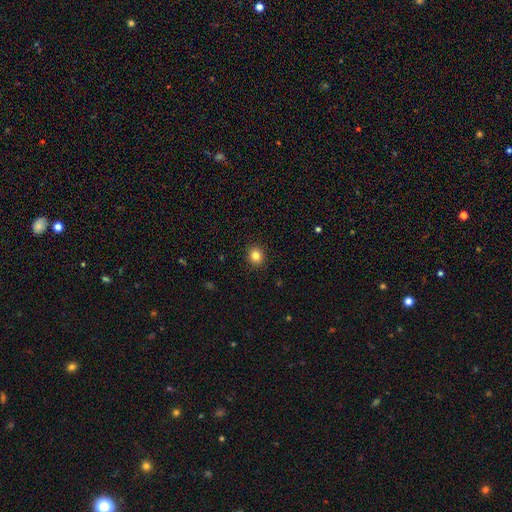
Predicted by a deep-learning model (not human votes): Overall: smooth (83%). How rounded: round (81%). Merging: none (92%).